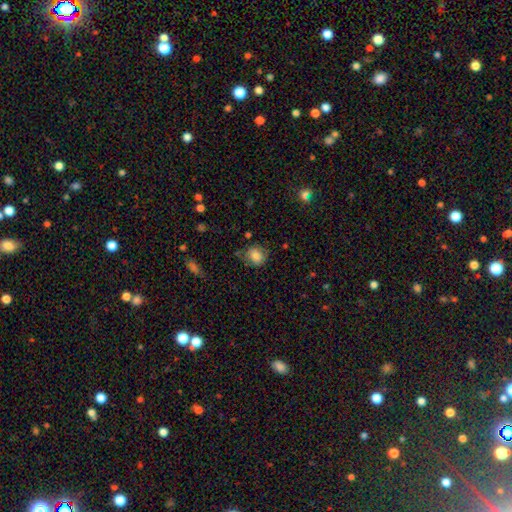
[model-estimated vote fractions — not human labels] Smooth or featured: smooth — 80% (featured or disk — 11%)
How rounded: round — 69% (in between — 30%)
Merging: none — 67% (minor disturbance — 23%)